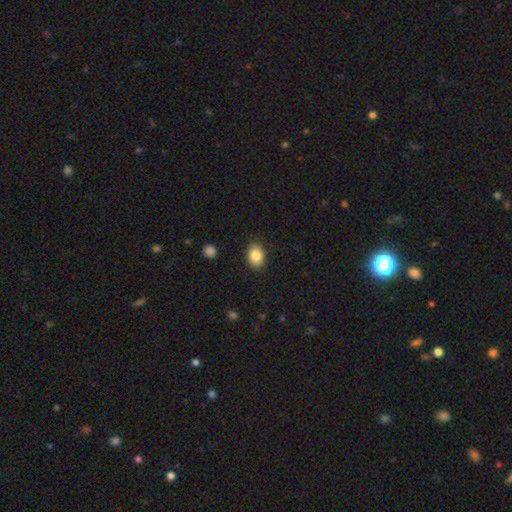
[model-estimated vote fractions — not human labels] The model was most divided on "how rounded": in between: 69%, round: 30%, cigar-shaped: 1%. More confident: merging — none (88%); smooth or featured — smooth (85%).